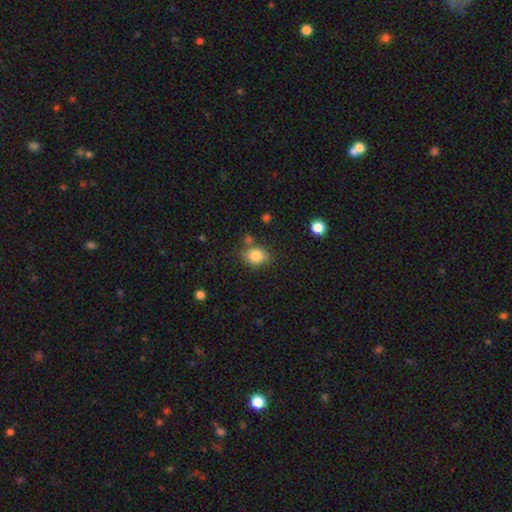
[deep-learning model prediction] Q: Smooth or featured?
A: smooth (82%); runner-up: star or artifact (10%)
Q: How rounded?
A: in between (50%); runner-up: round (49%)
Q: Merging?
A: none (70%); runner-up: minor disturbance (17%)